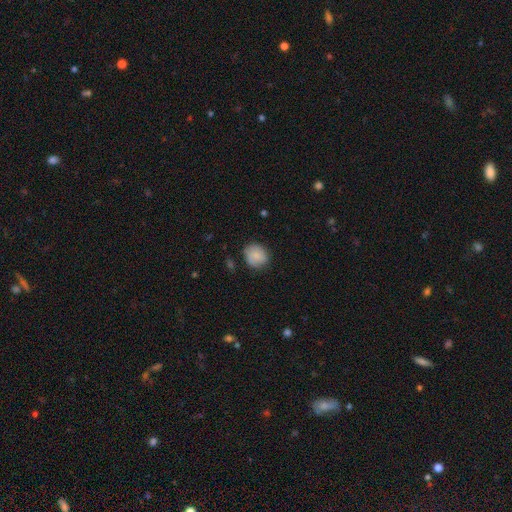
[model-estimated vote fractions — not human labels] smooth 83%, featured or disk 9%, star or artifact 7%. Down the decision tree: how rounded — round (71%); merging — none (76%).